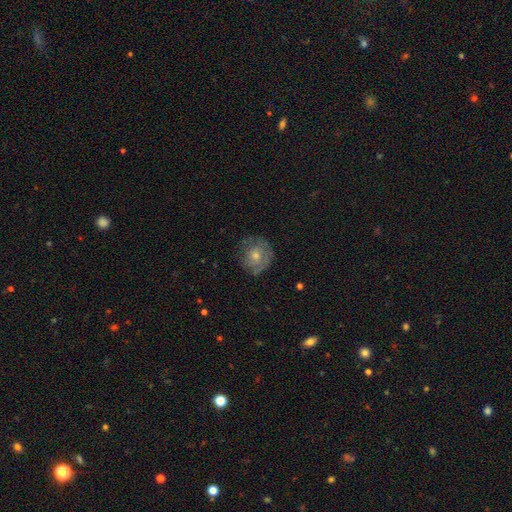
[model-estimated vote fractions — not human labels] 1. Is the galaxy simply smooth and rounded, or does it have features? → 49% featured or disk, 38% smooth, 13% star or artifact.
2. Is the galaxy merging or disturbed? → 74% none, 18% minor disturbance, 7% major disturbance, 1% merger.